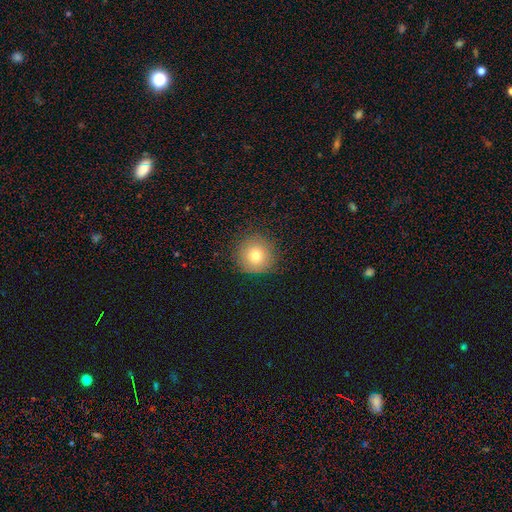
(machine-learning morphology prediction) Smooth or featured?
  - smooth: 76% *
  - star or artifact: 12%
  - featured or disk: 12%
How rounded?
  - round: 94% *
  - in between: 5%
  - cigar-shaped: 1%
Merging?
  - none: 87% *
  - minor disturbance: 9%
  - major disturbance: 3%
  - merger: 1%